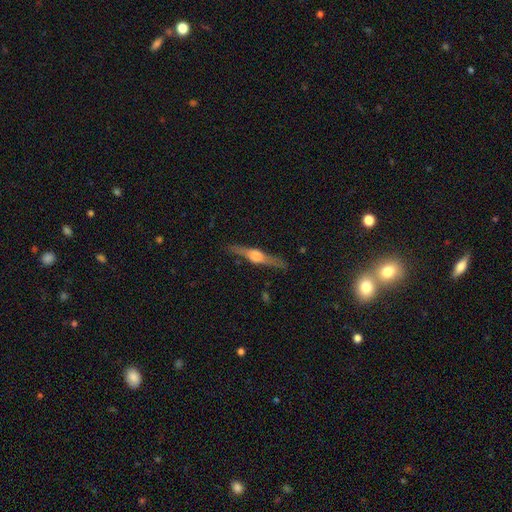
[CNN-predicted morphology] smooth-or-featured: featured or disk: 75% | smooth: 19% | star or artifact: 6%
  disk-edge-on: yes: 97% | no: 3%
    edge-on-bulge: rounded: 87% | boxy: 10% | none: 3%
  merging: none: 86% | minor disturbance: 10% | major disturbance: 3% | merger: 1%